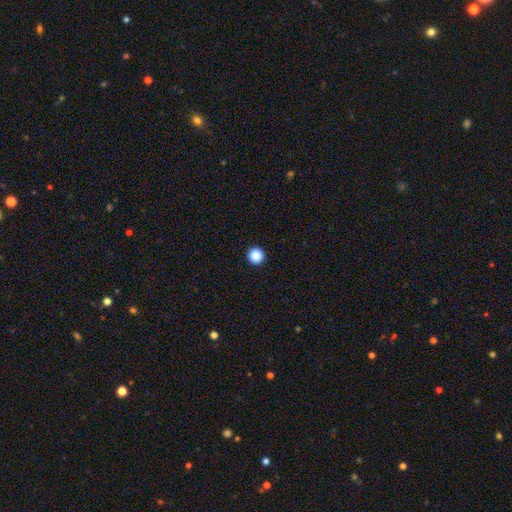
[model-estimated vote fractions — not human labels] smooth_or_featured: smooth (p=0.88) [alt: star or artifact p=0.10]
how_rounded: round (p=0.97) [alt: in between p=0.02]
merging: none (p=0.94) [alt: minor disturbance p=0.04]